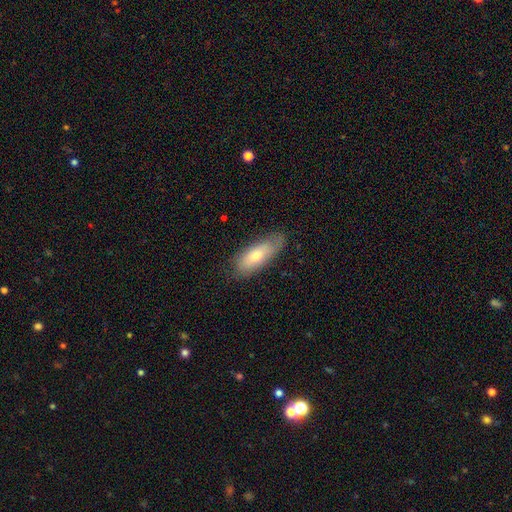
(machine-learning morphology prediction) smooth 66%, featured or disk 28%, star or artifact 7%. Down the decision tree: how rounded — in between (71%); merging — none (73%).